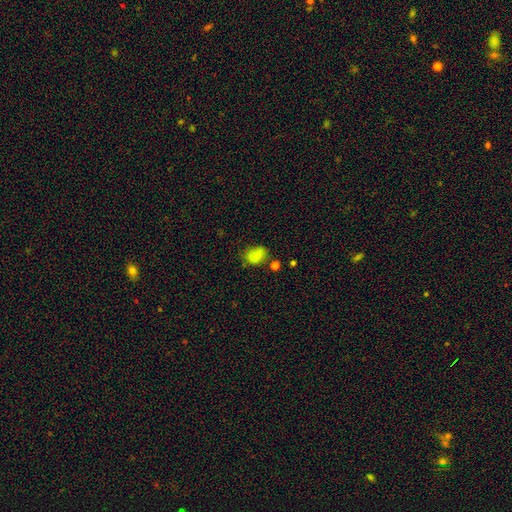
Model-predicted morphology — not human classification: Smooth or featured? Predicted: smooth (p=0.81). How rounded? Predicted: in between (p=0.76). Merging? Predicted: none (p=0.59).